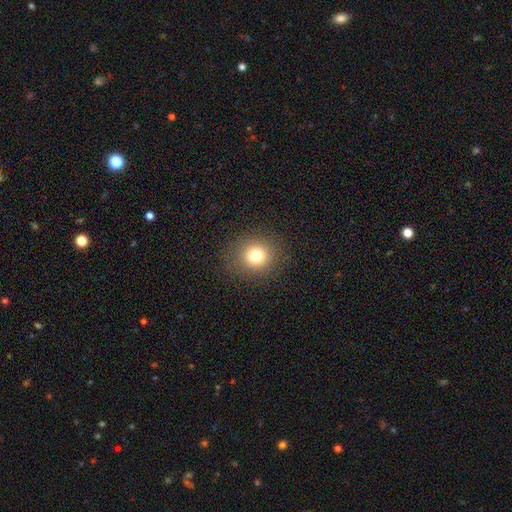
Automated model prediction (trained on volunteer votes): Smooth or featured? smooth (77%)
How rounded? round (88%)
Merging? none (89%)